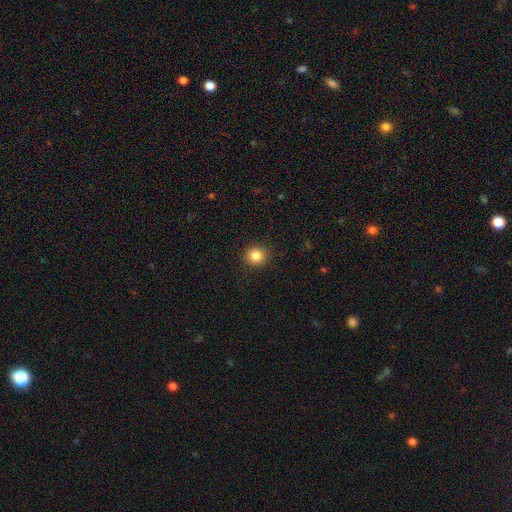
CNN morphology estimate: Smooth or featured? Predicted: smooth (p=0.85). How rounded? Predicted: round (p=0.90). Merging? Predicted: none (p=0.91).